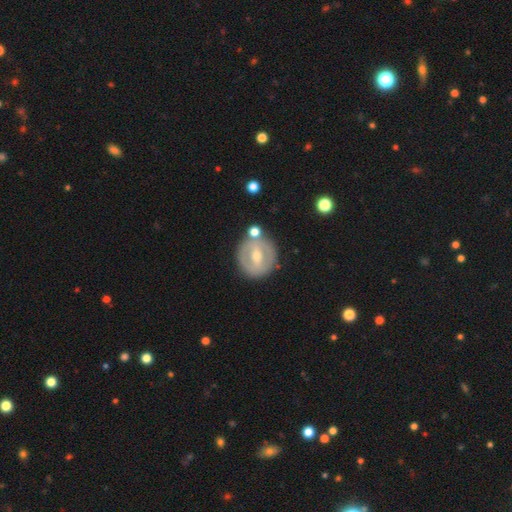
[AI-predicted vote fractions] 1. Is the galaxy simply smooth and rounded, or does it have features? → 63% featured or disk, 30% smooth, 7% star or artifact.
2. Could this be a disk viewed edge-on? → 93% no, 7% yes.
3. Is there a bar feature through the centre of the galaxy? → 42% weak, 39% strong, 19% no.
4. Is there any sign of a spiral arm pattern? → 64% no, 36% yes.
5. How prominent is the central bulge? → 61% moderate, 34% small, 3% large, 2% none, 1% dominant.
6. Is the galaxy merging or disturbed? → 77% none, 13% minor disturbance, 6% merger, 4% major disturbance.